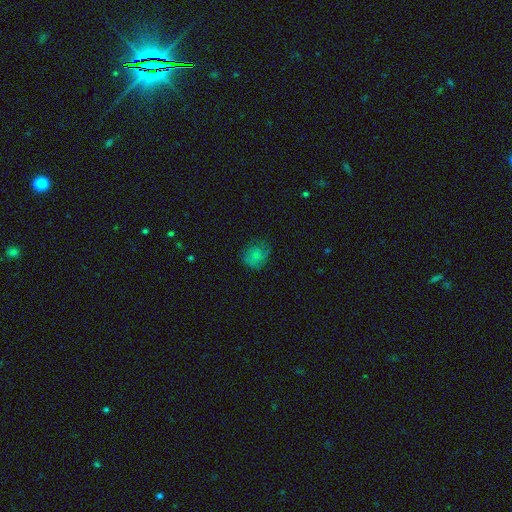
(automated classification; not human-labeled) Smooth or featured? smooth (74%)
How rounded? round (70%)
Merging? none (64%)